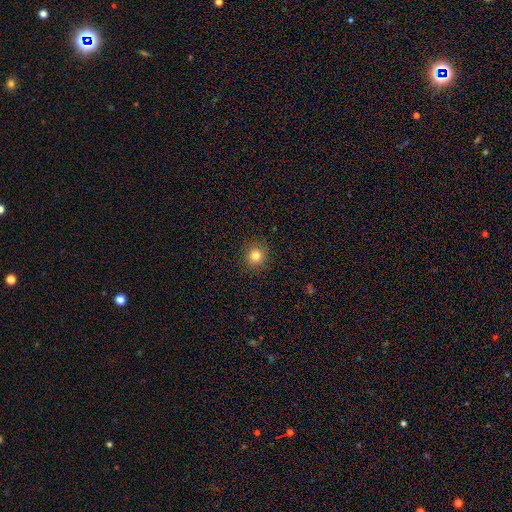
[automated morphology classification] Smooth or featured?
  - smooth: 81% *
  - star or artifact: 13%
  - featured or disk: 6%
How rounded?
  - round: 92% *
  - in between: 7%
  - cigar-shaped: 1%
Merging?
  - none: 91% *
  - minor disturbance: 6%
  - major disturbance: 2%
  - merger: 1%